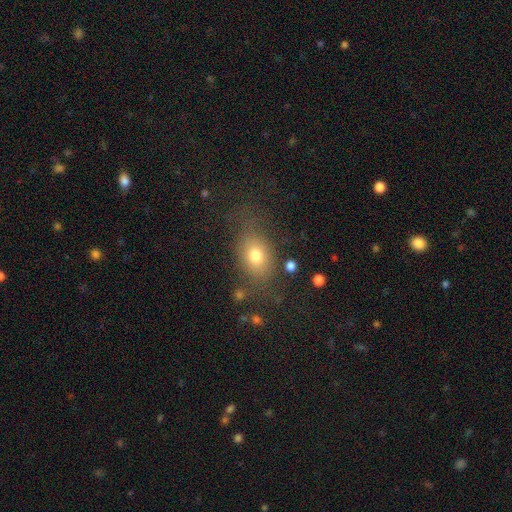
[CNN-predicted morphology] smooth_or_featured: smooth (p=0.75) [alt: featured or disk p=0.13]
how_rounded: in between (p=0.71) [alt: round p=0.27]
merging: none (p=0.68) [alt: minor disturbance p=0.19]